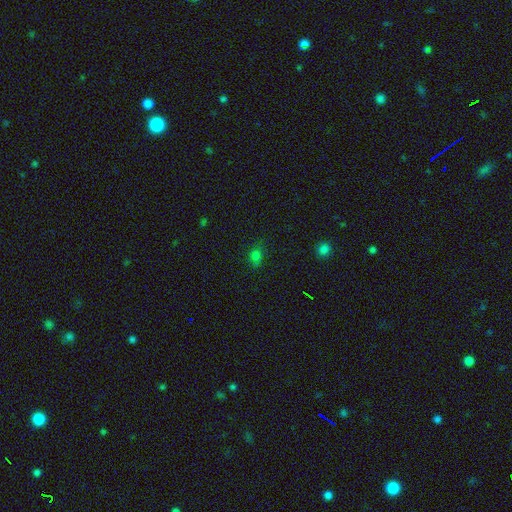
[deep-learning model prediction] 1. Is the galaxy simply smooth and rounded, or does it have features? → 73% smooth, 22% star or artifact, 6% featured or disk.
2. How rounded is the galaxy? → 50% round, 48% in between, 2% cigar-shaped.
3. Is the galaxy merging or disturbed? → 77% none, 16% minor disturbance, 4% major disturbance, 2% merger.